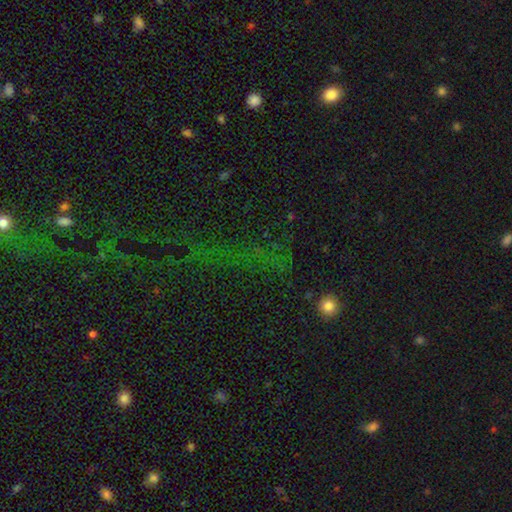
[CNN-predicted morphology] smooth-or-featured: star or artifact: 70% | smooth: 19% | featured or disk: 11%